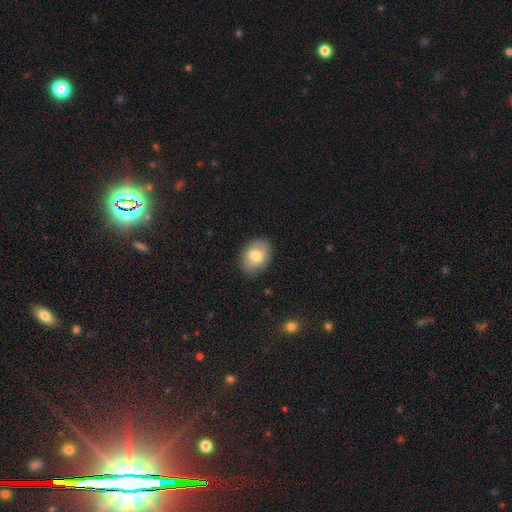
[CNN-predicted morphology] smooth-or-featured: smooth: 75% | featured or disk: 18% | star or artifact: 7%
  how-rounded: in between: 70% | round: 29% | cigar-shaped: 1%
  merging: none: 81% | minor disturbance: 15% | major disturbance: 3% | merger: 1%